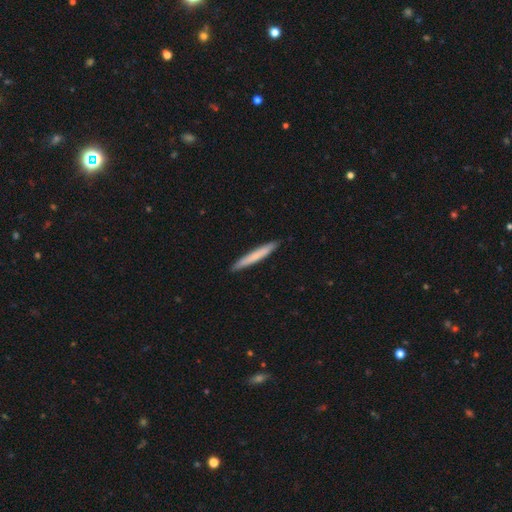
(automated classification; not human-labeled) This is likely a smooth galaxy (70%). How rounded: clearly cigar-shaped (96%). Merging: clearly none (92%).